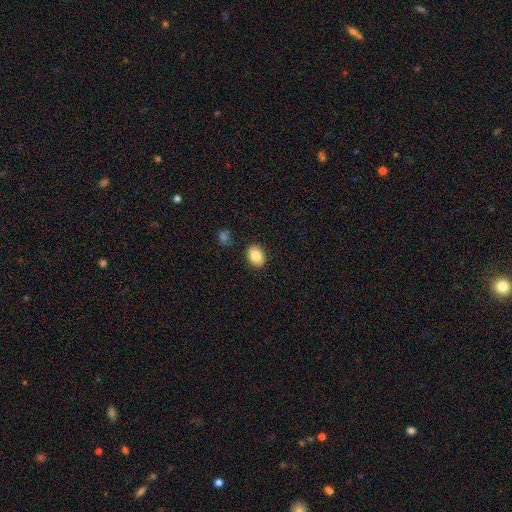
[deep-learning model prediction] Smooth or featured? Predicted: smooth (p=0.85). How rounded? Predicted: in between (p=0.72). Merging? Predicted: none (p=0.88).